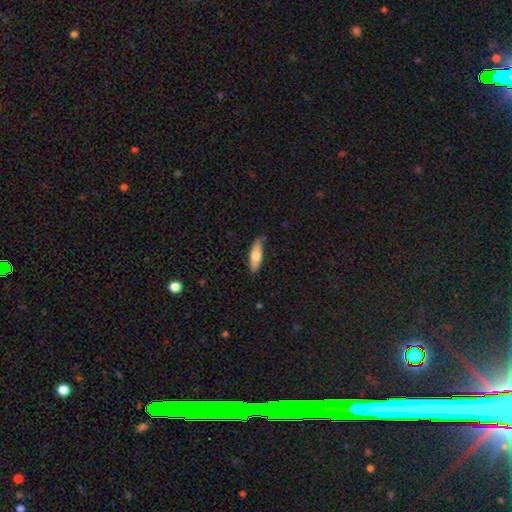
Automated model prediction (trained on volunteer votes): Overall: smooth (72%). How rounded: in between (52%; cigar-shaped 46%). Merging: none (77%).